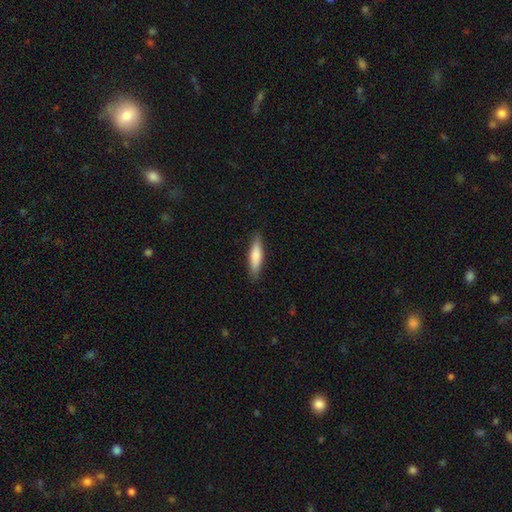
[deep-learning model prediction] smooth-or-featured: smooth: 74% | featured or disk: 20% | star or artifact: 5%
  how-rounded: cigar-shaped: 74% | in between: 24% | round: 2%
  merging: none: 88% | minor disturbance: 9% | major disturbance: 2% | merger: 1%